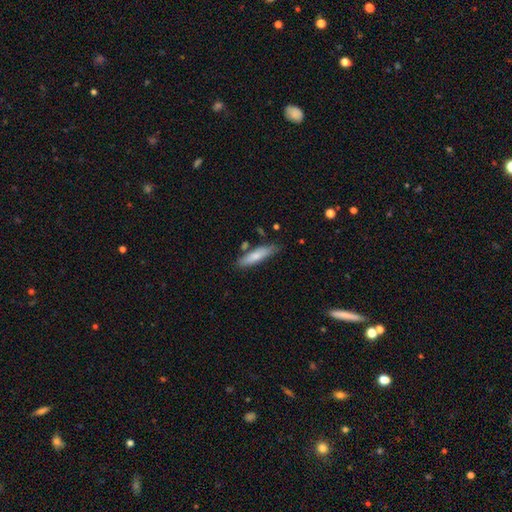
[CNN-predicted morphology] smooth-or-featured: smooth: 75% | featured or disk: 19% | star or artifact: 6%
  how-rounded: cigar-shaped: 70% | in between: 28% | round: 2%
  merging: none: 73% | minor disturbance: 17% | merger: 7% | major disturbance: 3%